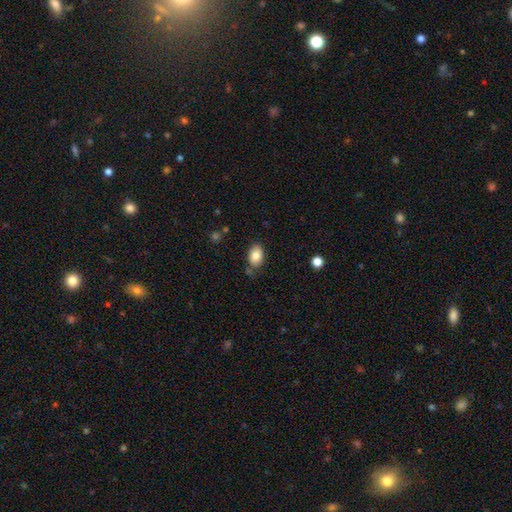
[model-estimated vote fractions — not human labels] Q: Smooth or featured?
A: smooth (84%); runner-up: featured or disk (8%)
Q: How rounded?
A: in between (84%); runner-up: round (15%)
Q: Merging?
A: none (74%); runner-up: minor disturbance (17%)